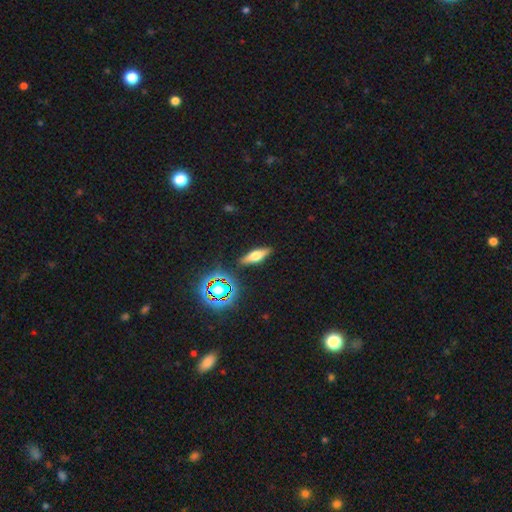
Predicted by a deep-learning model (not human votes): This appears to be a smooth galaxy with no disk features (47%). Merging: none (87%).